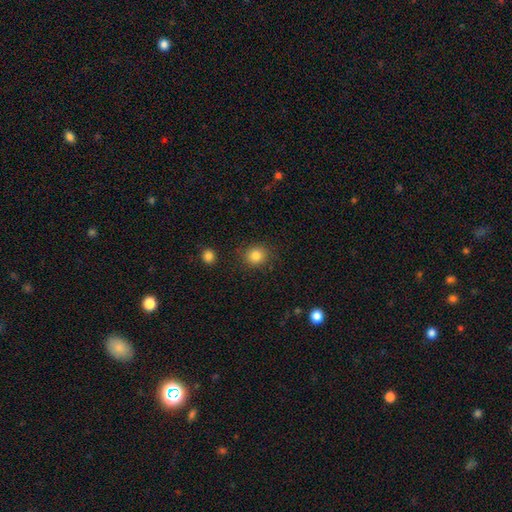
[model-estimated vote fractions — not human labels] smooth_or_featured: smooth (p=0.85) [alt: star or artifact p=0.10]
how_rounded: round (p=0.83) [alt: in between p=0.17]
merging: none (p=0.85) [alt: minor disturbance p=0.09]